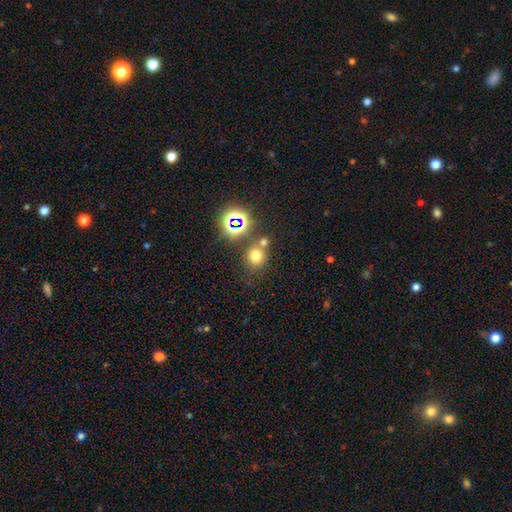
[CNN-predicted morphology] Smooth or featured? Predicted: smooth (p=0.67). How rounded? Predicted: round (p=0.83). Merging? Predicted: none (p=0.66).